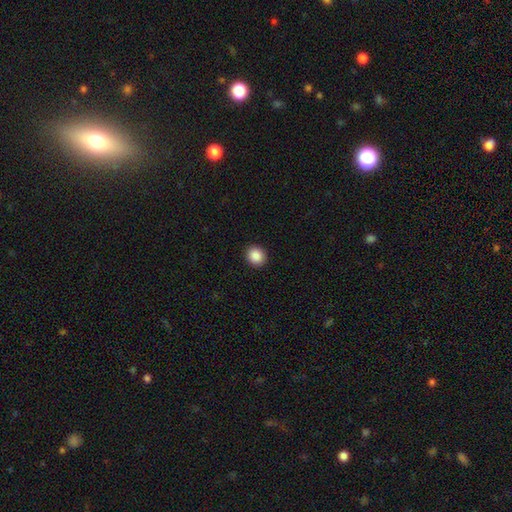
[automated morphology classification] smooth_or_featured: smooth (p=0.88) [alt: star or artifact p=0.09]
how_rounded: round (p=0.78) [alt: in between p=0.21]
merging: none (p=0.92) [alt: minor disturbance p=0.05]